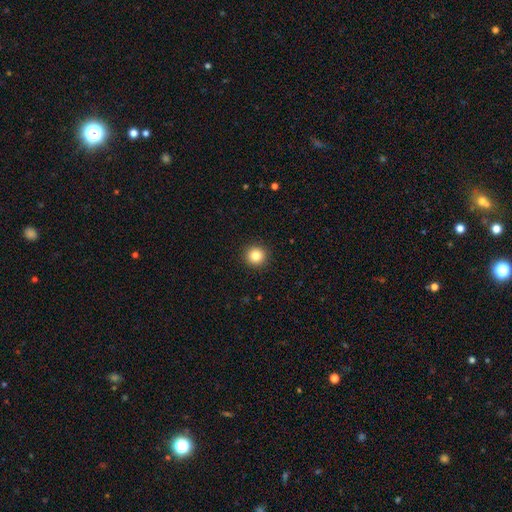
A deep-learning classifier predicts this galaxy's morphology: smooth 84%, star or artifact 11%, featured or disk 5%. Down the decision tree: how rounded — round (95%); merging — none (93%).